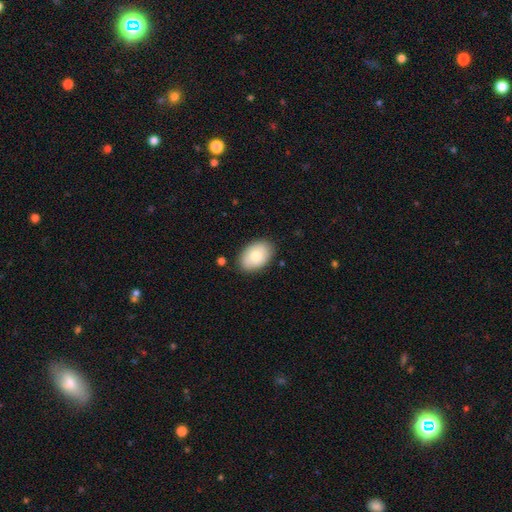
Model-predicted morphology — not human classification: Smooth or featured: smooth — 72% (featured or disk — 21%)
How rounded: in between — 85% (round — 14%)
Merging: none — 84% (minor disturbance — 12%)